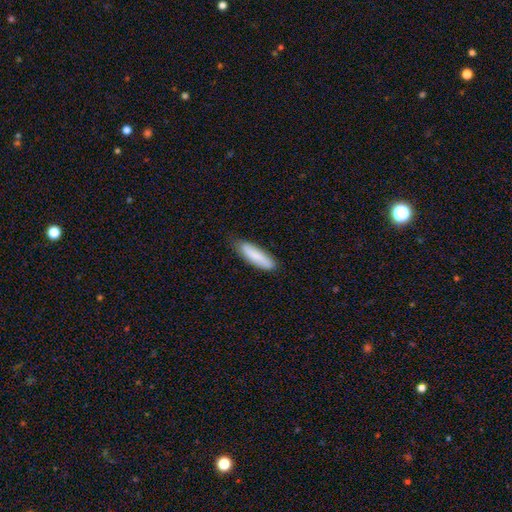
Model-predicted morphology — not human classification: Smooth or featured? Predicted: smooth (p=0.83). How rounded? Predicted: cigar-shaped (p=0.67). Merging? Predicted: none (p=0.80).